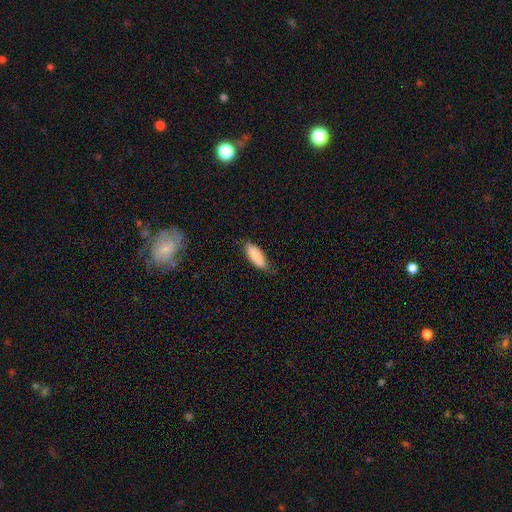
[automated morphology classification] Smooth or featured? Predicted: smooth (p=0.88). How rounded? Predicted: in between (p=0.69). Merging? Predicted: none (p=0.79).